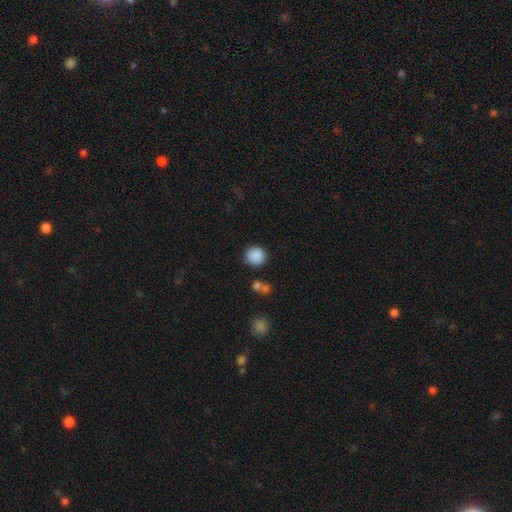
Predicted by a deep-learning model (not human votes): Overall: smooth (88%). How rounded: round (91%). Merging: none (84%).